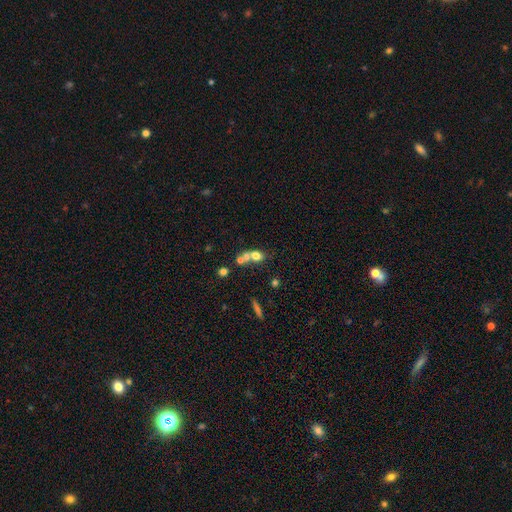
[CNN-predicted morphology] The model was most divided on "how rounded": round: 51%, in between: 46%, cigar-shaped: 3%. More confident: smooth or featured — smooth (65%); merging — merger (53%).